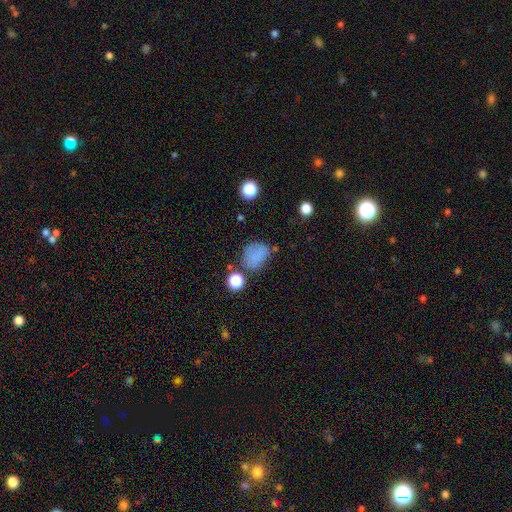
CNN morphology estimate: Smooth or featured: smooth — 79% (star or artifact — 14%)
How rounded: in between — 54% (round — 44%)
Merging: none — 59% (minor disturbance — 24%)